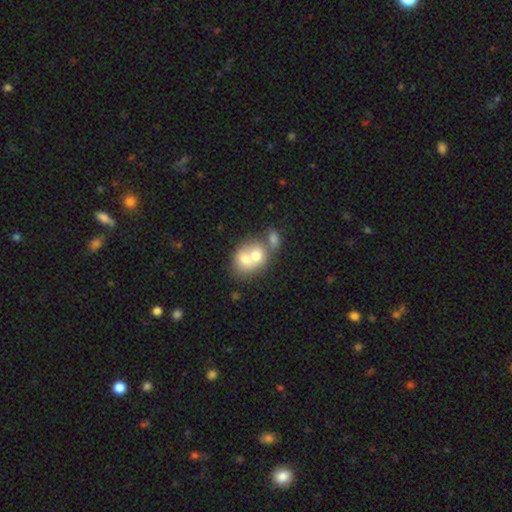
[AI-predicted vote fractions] This appears to be a smooth galaxy with no disk features (64%) that is round (55%). Merging: merger (72%).